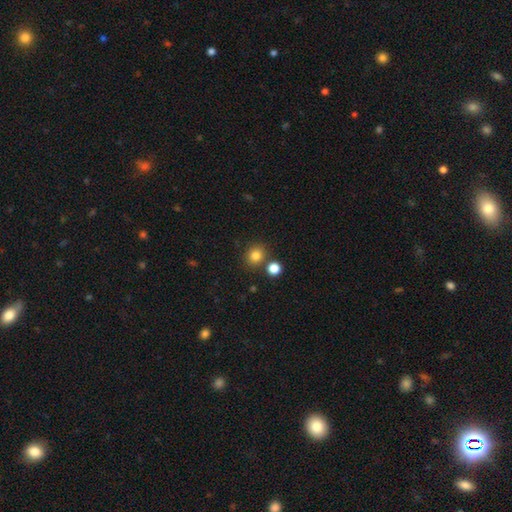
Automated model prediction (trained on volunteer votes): Smooth or featured: smooth — 82% (star or artifact — 13%)
How rounded: round — 84% (in between — 15%)
Merging: none — 77% (merger — 12%)